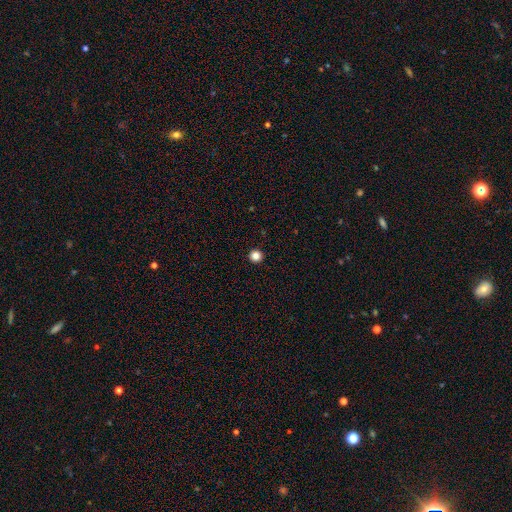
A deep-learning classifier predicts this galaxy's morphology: Smooth or featured? smooth (84%)
How rounded? round (96%)
Merging? none (94%)